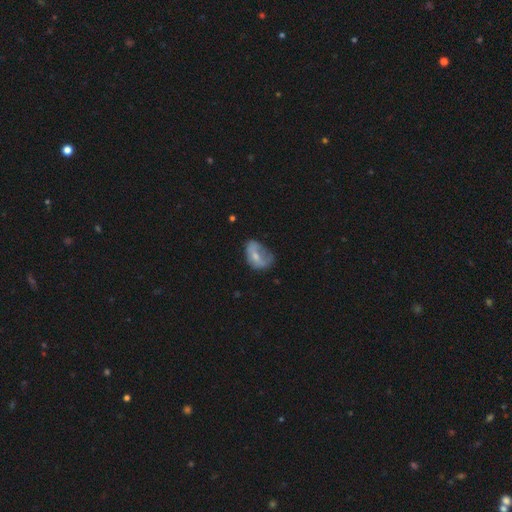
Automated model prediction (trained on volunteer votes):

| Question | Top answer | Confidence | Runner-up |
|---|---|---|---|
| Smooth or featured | smooth | 54% | featured or disk (38%) |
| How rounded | in between | 82% | round (16%) |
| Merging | minor disturbance | 34% | tied: major disturbance (34%) |